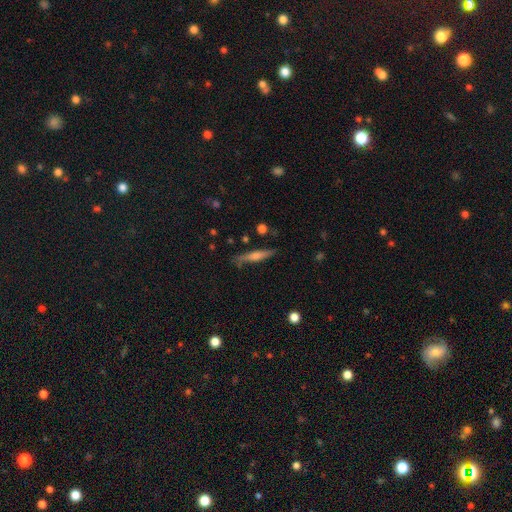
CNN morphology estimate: This is possibly a smooth galaxy (48%). Merging: likely none (79%).